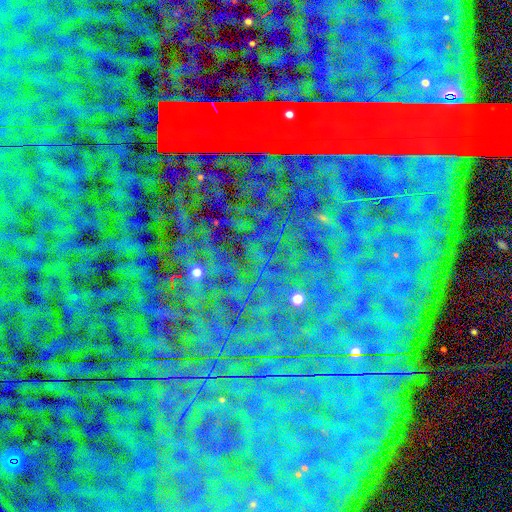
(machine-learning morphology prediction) The model was most divided on "smooth or featured": star or artifact: 83%, smooth: 10%, featured or disk: 7%.